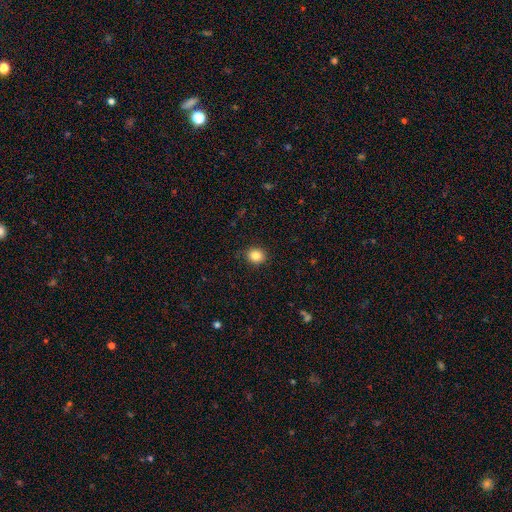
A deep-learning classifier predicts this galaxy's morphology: A smooth galaxy with no disk features (84%) that is round (76%).

Vote fractions:
- Smooth or featured? smooth: 84% / star or artifact: 11% / featured or disk: 5%
- How rounded? round: 76% / in between: 24% / cigar-shaped: 1%
- Merging? none: 89% / minor disturbance: 8% / major disturbance: 2% / merger: 1%